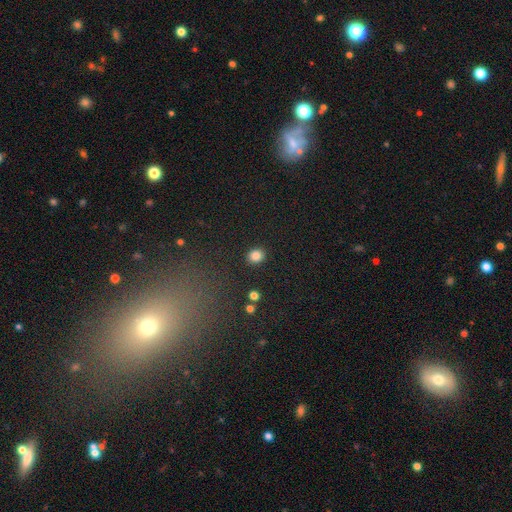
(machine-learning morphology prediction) smooth_or_featured: smooth (p=0.84) [alt: star or artifact p=0.11]
how_rounded: round (p=0.77) [alt: in between p=0.22]
merging: none (p=0.91) [alt: minor disturbance p=0.06]